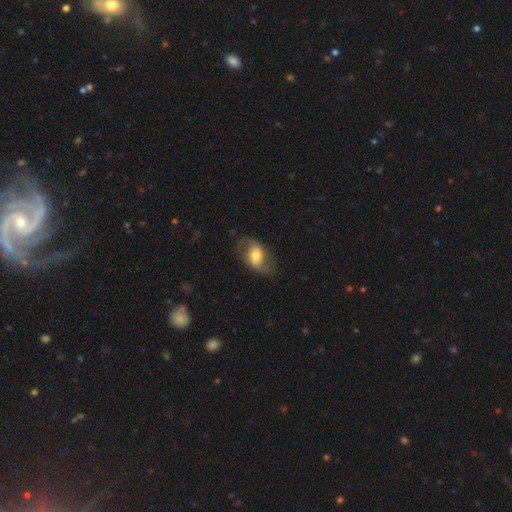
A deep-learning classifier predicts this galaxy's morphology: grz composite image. It shows a smooth galaxy with no disk features (47%). Merging: none (68%).